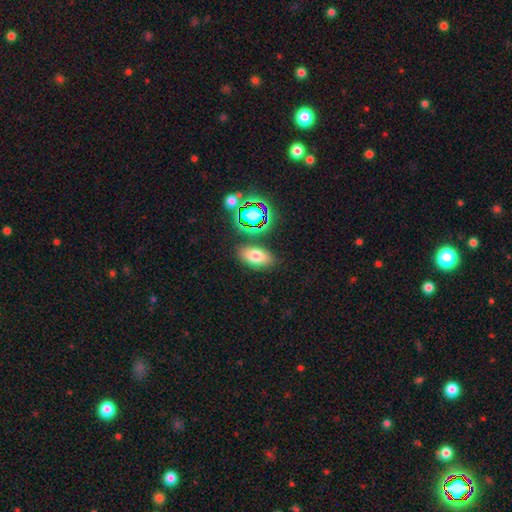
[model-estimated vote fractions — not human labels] A smooth galaxy with no disk features (71%) that is in between round and cigar-shaped (89%). Merging: none (82%).